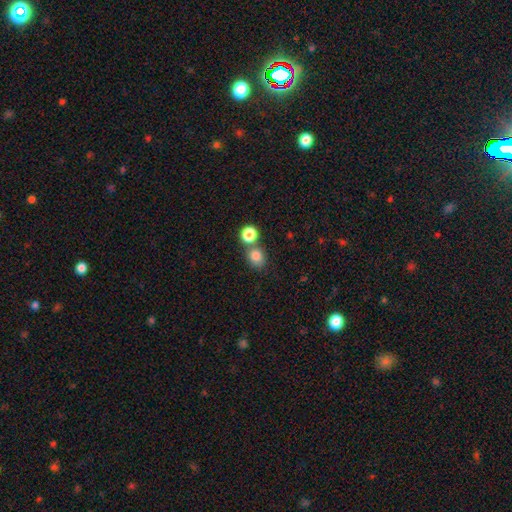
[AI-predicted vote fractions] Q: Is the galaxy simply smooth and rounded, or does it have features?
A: smooth — 82%.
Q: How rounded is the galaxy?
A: round — 74%.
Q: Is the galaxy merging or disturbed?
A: none — 61%.